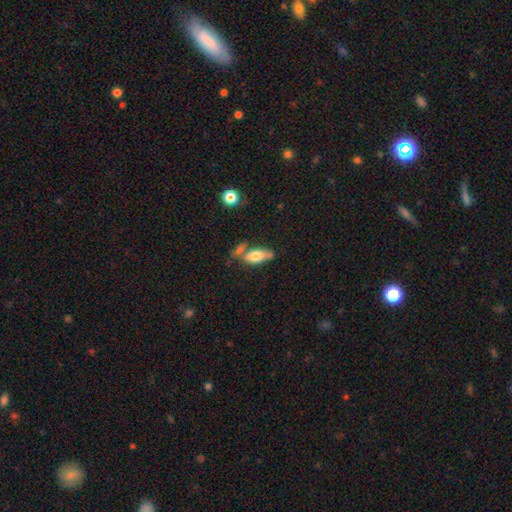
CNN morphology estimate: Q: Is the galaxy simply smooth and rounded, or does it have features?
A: smooth — 67%.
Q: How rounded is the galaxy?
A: in between — 78%.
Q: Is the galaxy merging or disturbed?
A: none — 48%.